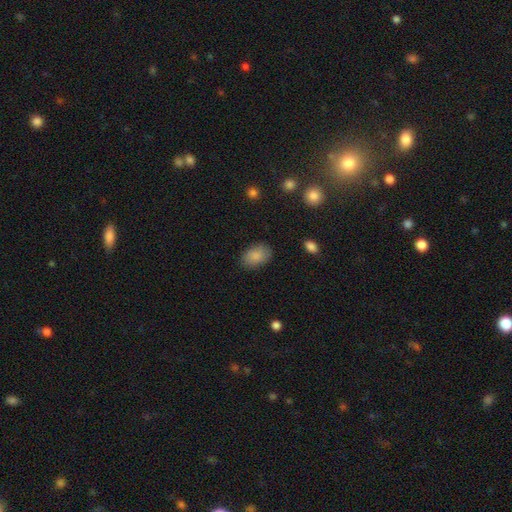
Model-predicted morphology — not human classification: A smooth galaxy with no disk features (87%) that is in between round and cigar-shaped (88%).

Vote fractions:
- Smooth or featured? smooth: 87% / star or artifact: 7% / featured or disk: 5%
- How rounded? in between: 88% / round: 11% / cigar-shaped: 1%
- Merging? none: 84% / minor disturbance: 12% / major disturbance: 3% / merger: 1%